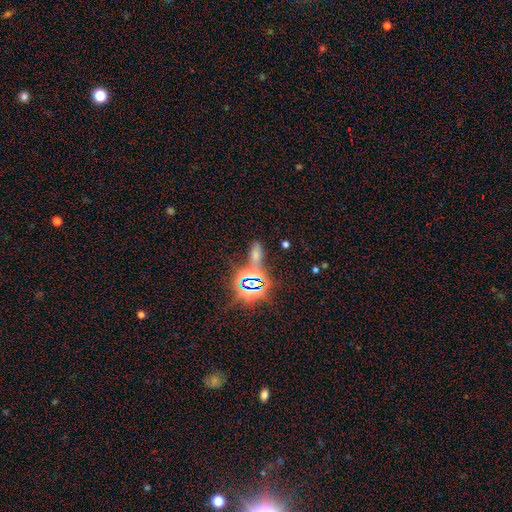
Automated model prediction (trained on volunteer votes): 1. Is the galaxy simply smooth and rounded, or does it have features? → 63% star or artifact, 24% smooth, 13% featured or disk.